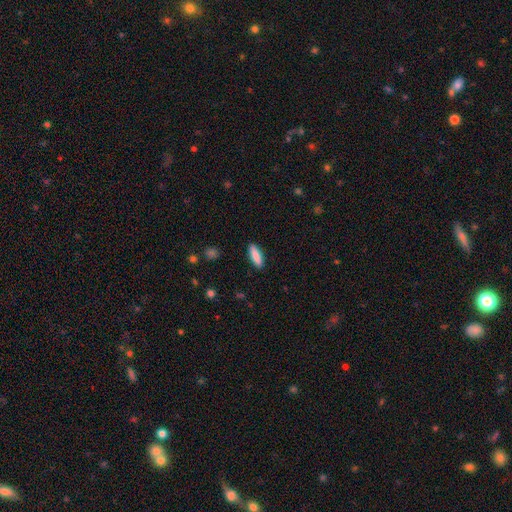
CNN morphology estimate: Smooth or featured? Predicted: smooth (p=0.87). How rounded? Predicted: cigar-shaped (p=0.55). Merging? Predicted: none (p=0.90).